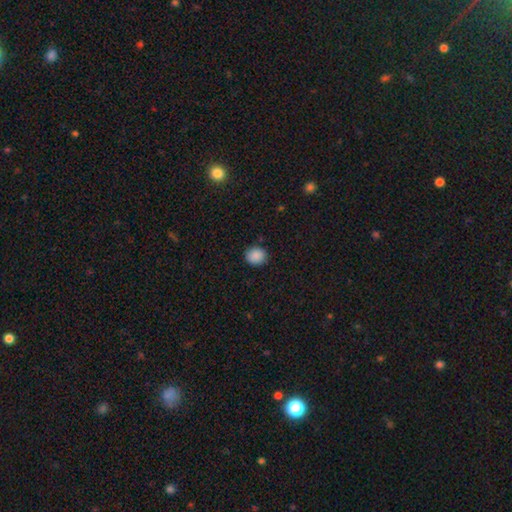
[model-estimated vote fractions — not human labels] Morphology: type=smooth (88%); roundness=round (78%); merging=none (89%).